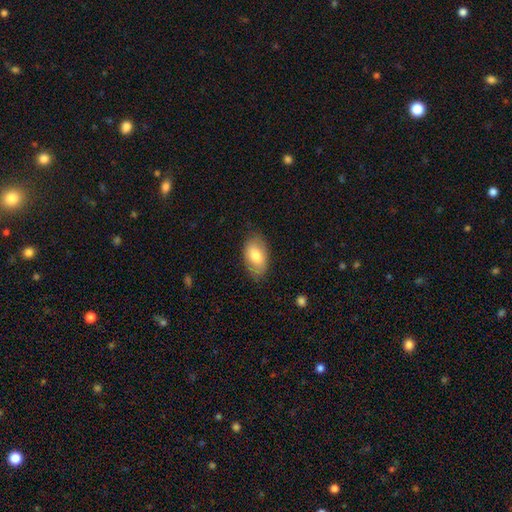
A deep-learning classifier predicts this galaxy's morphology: A smooth galaxy with no disk features (74%) that is in between round and cigar-shaped (93%).

Vote fractions:
- Smooth or featured? smooth: 74% / featured or disk: 19% / star or artifact: 6%
- How rounded? in between: 93% / round: 6% / cigar-shaped: 2%
- Merging? none: 79% / minor disturbance: 17% / major disturbance: 4% / merger: 1%